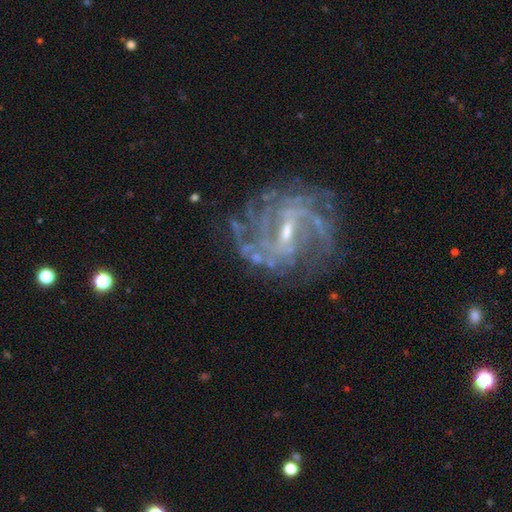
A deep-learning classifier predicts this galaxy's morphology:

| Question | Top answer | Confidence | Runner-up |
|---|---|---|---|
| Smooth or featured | featured or disk | 89% | star or artifact (7%) |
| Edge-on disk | no | 97% | yes (3%) |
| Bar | weak | 50% | strong (37%) |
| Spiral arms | yes | 97% | no (3%) |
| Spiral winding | tight | 45% | medium (43%) |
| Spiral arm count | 2 | 31% | can't tell (23%) |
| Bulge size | small | 55% | moderate (37%) |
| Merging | none | 67% | minor disturbance (18%) |